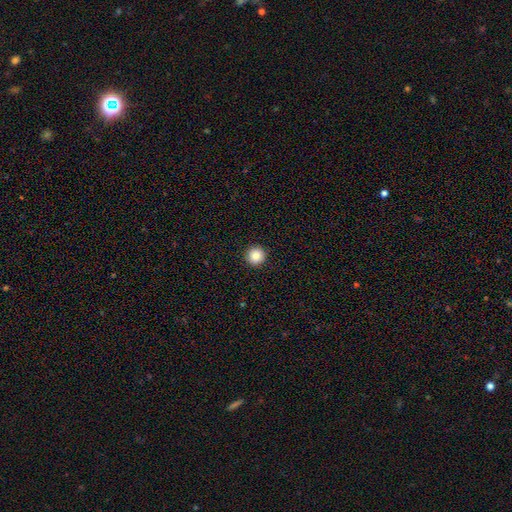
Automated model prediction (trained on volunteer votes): Overall: smooth (85%). How rounded: round (96%). Merging: none (94%).